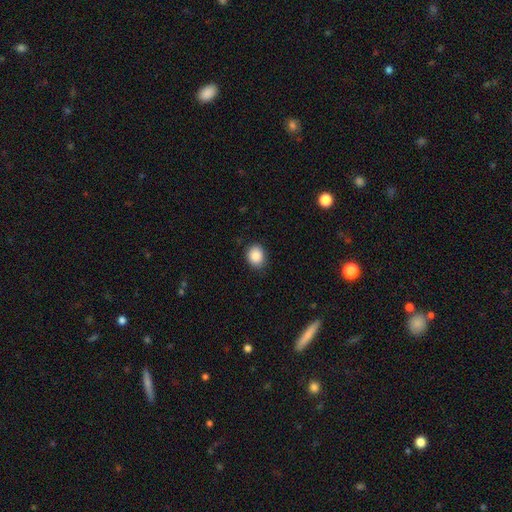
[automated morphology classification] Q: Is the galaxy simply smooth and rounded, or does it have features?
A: smooth — 87%.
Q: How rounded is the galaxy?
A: round — 56%.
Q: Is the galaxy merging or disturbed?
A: none — 86%.